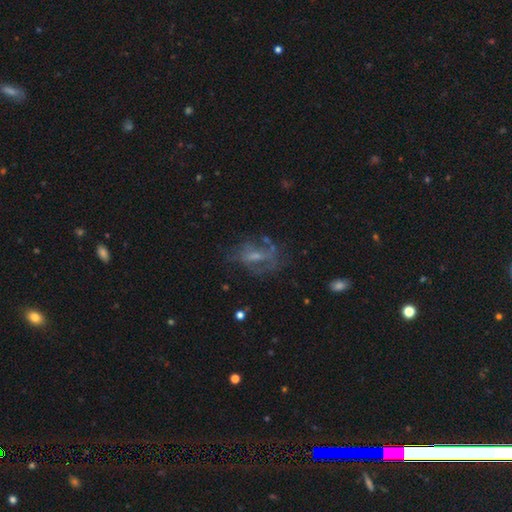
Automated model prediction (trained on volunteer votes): Q: Smooth or featured?
A: featured or disk (60%); runner-up: smooth (25%)
Q: Edge-on disk?
A: no (93%); runner-up: yes (7%)
Q: Bar?
A: no (44%); runner-up: weak (42%)
Q: Spiral arms?
A: yes (51%); runner-up: no (49%)
Q: Bulge size?
A: small (46%); runner-up: moderate (32%)
Q: Merging?
A: none (49%); runner-up: major disturbance (26%)